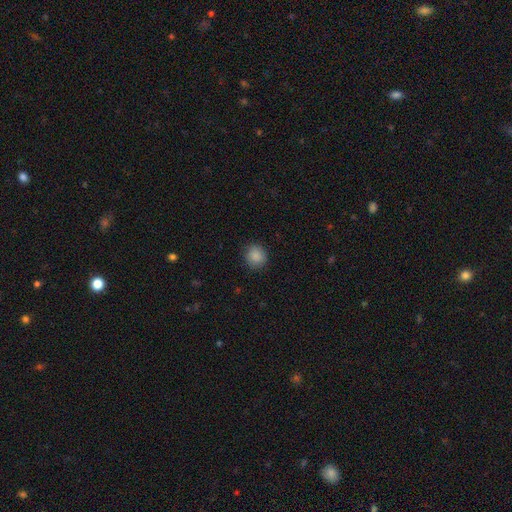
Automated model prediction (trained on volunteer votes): A smooth galaxy with no disk features (88%) that is round (88%). Merging: none (88%).